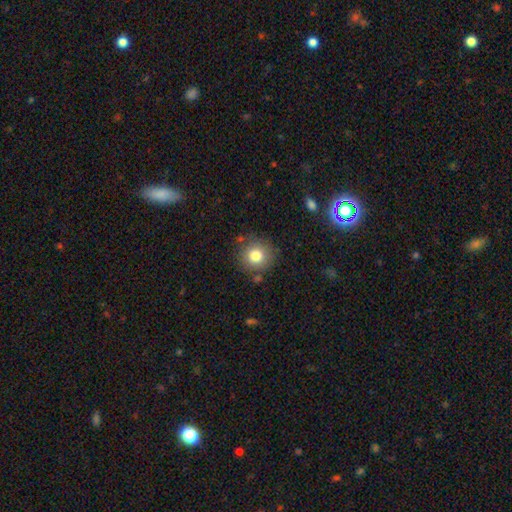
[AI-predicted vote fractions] Smooth or featured?
  - smooth: 80% *
  - star or artifact: 11%
  - featured or disk: 10%
How rounded?
  - round: 92% *
  - in between: 7%
  - cigar-shaped: 1%
Merging?
  - none: 82% *
  - minor disturbance: 11%
  - major disturbance: 4%
  - merger: 4%